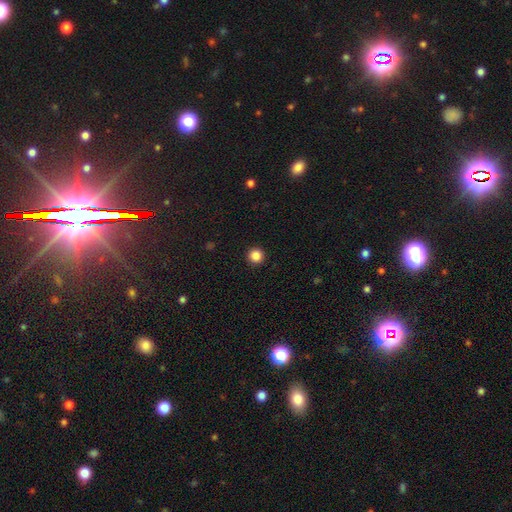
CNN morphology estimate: smooth 86%, star or artifact 11%, featured or disk 3%. Down the decision tree: how rounded — round (96%); merging — none (93%).